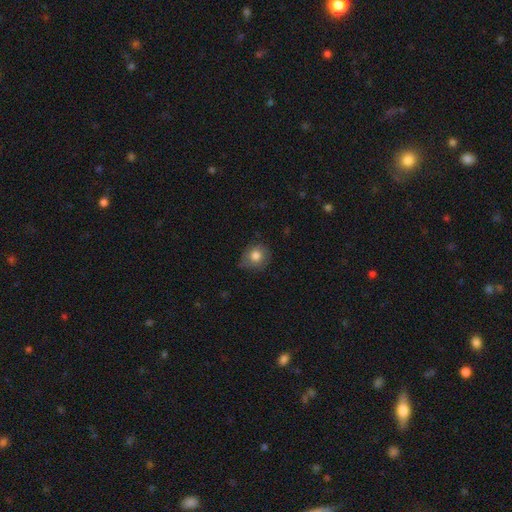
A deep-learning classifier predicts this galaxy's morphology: smooth-or-featured: smooth: 80% | featured or disk: 11% | star or artifact: 9%
  how-rounded: round: 80% | in between: 19% | cigar-shaped: 1%
  merging: none: 69% | minor disturbance: 24% | major disturbance: 5% | merger: 1%